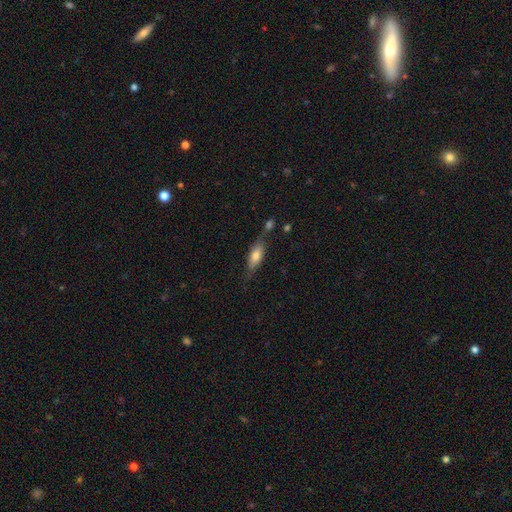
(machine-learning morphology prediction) Smooth or featured? smooth (68%)
How rounded? in between (70%)
Merging? none (56%)